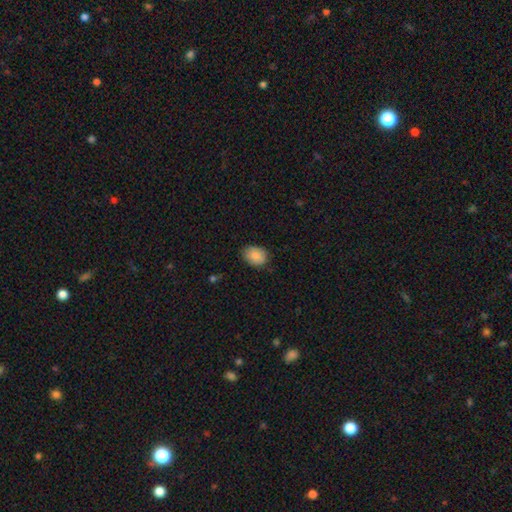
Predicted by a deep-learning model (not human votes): smooth 88%, star or artifact 7%, featured or disk 5%. Down the decision tree: how rounded — in between (70%); merging — none (80%).